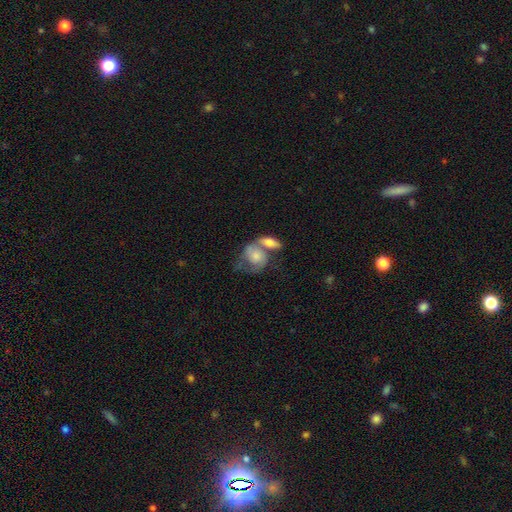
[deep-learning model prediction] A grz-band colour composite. It shows a featured or disk galaxy (49%). Merging: merger (54%).